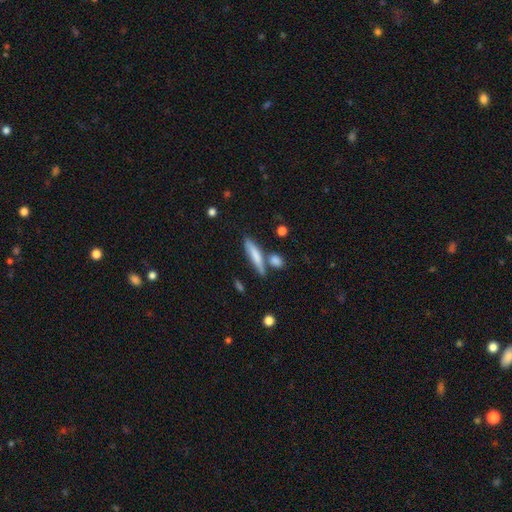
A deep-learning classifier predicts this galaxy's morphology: This is likely a smooth galaxy (70%). How rounded: likely cigar-shaped (80%). Merging: likely none (65%).